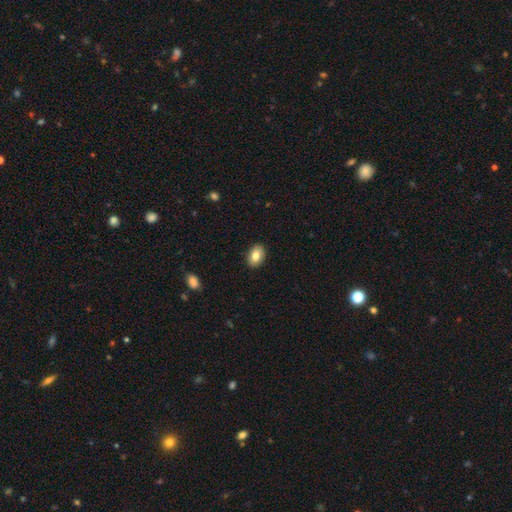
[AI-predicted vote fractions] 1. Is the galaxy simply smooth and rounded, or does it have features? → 83% smooth, 10% featured or disk, 8% star or artifact.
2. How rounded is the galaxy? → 82% in between, 17% round, 1% cigar-shaped.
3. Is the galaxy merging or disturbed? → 89% none, 8% minor disturbance, 2% major disturbance, 1% merger.